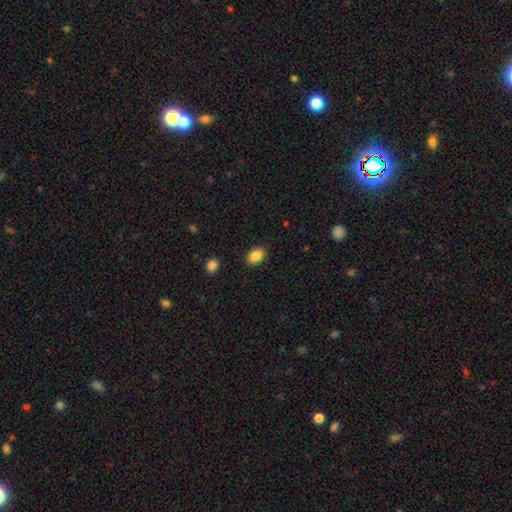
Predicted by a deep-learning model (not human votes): smooth_or_featured: smooth (p=0.87) [alt: star or artifact p=0.08]
how_rounded: in between (p=0.75) [alt: round p=0.24]
merging: none (p=0.88) [alt: minor disturbance p=0.08]